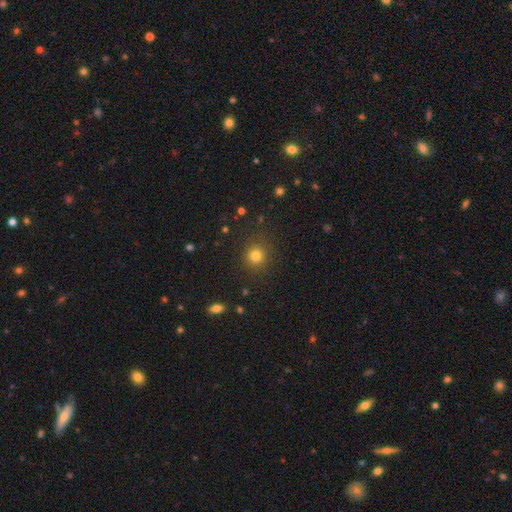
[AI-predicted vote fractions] This is clearly a smooth galaxy (80%). How rounded: clearly round (91%). Merging: clearly none (88%).